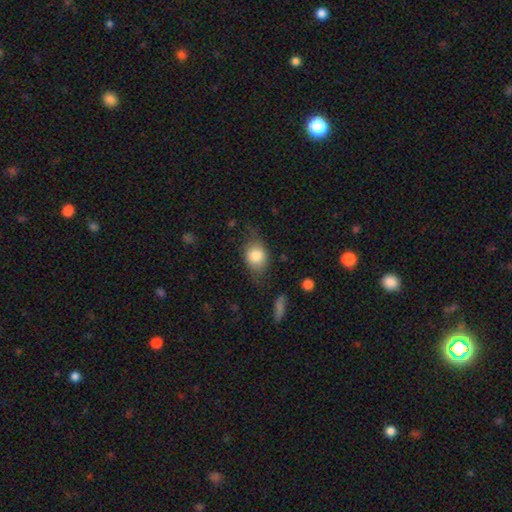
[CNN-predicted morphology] A smooth galaxy with no disk features (78%) that is in between round and cigar-shaped (55%).

Vote fractions:
- Smooth or featured? smooth: 78% / featured or disk: 14% / star or artifact: 8%
- How rounded? in between: 55% / round: 43% / cigar-shaped: 2%
- Merging? none: 58% / minor disturbance: 28% / major disturbance: 12% / merger: 3%